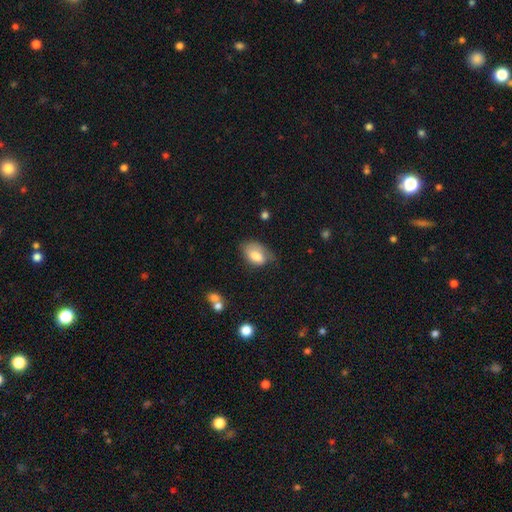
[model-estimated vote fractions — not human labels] This appears to be a smooth galaxy with no disk features (77%) that is in between round and cigar-shaped (90%). Merging: none (41%).